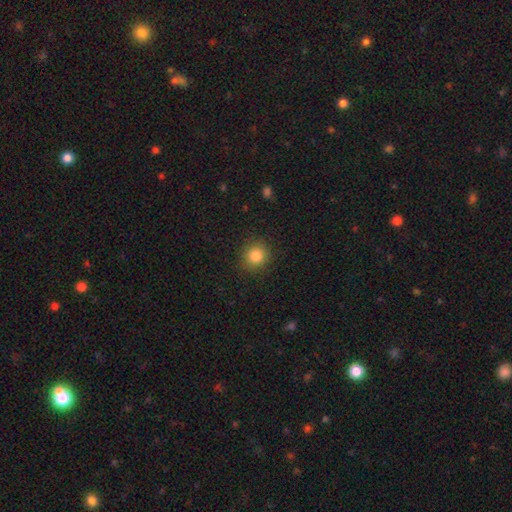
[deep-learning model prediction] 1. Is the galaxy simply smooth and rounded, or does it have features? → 84% smooth, 11% star or artifact, 5% featured or disk.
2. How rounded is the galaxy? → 90% round, 9% in between, 1% cigar-shaped.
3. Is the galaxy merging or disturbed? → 89% none, 7% minor disturbance, 2% major disturbance, 1% merger.